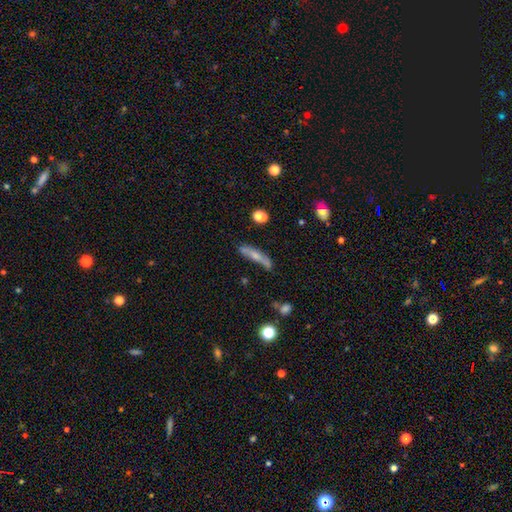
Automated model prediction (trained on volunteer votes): A smooth galaxy with no disk features (54%) that is cigar-shaped (80%).

Vote fractions:
- Smooth or featured? smooth: 54% / featured or disk: 37% / star or artifact: 9%
- How rounded? cigar-shaped: 80% / in between: 17% / round: 3%
- Merging? none: 58% / minor disturbance: 24% / merger: 10% / major disturbance: 9%